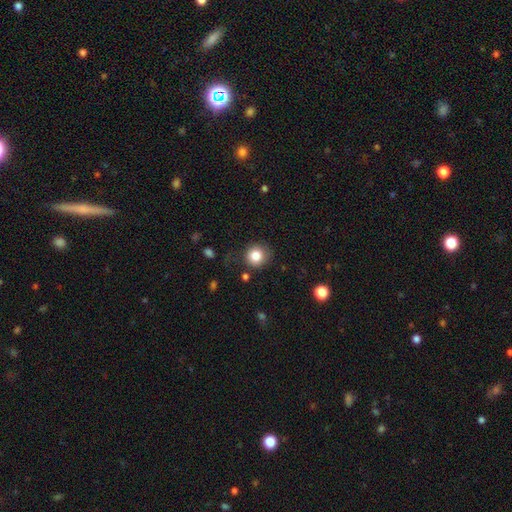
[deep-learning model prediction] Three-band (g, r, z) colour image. It shows a smooth galaxy with no disk features (82%) that is round (90%). Merging: none (81%).